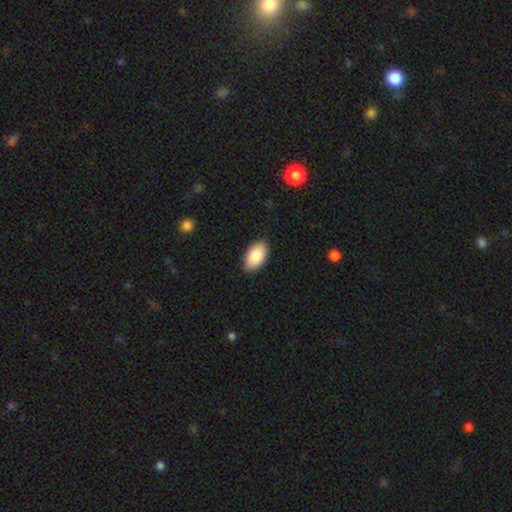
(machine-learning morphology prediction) Q: Smooth or featured?
A: smooth (88%); runner-up: featured or disk (6%)
Q: How rounded?
A: in between (95%); runner-up: round (3%)
Q: Merging?
A: none (87%); runner-up: minor disturbance (10%)